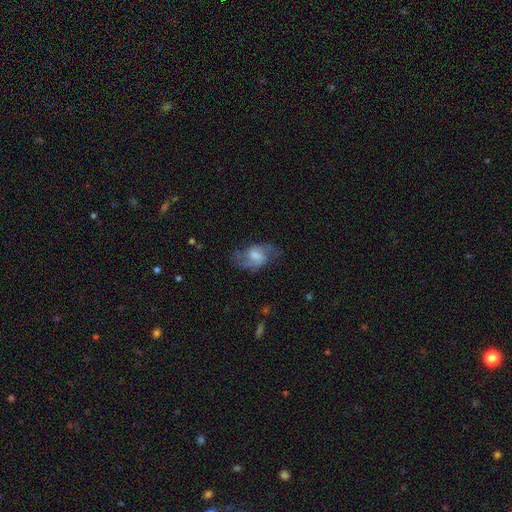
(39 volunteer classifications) Smooth or featured? featured or disk (67%)
Edge-on disk? no (100%)
Bar? weak (65%)
Spiral arms? yes (85%)
Spiral winding? medium (73%)
Spiral arm count? 2 (86%)
Bulge size? moderate (27%, tied with small)
Merging? none (58%)